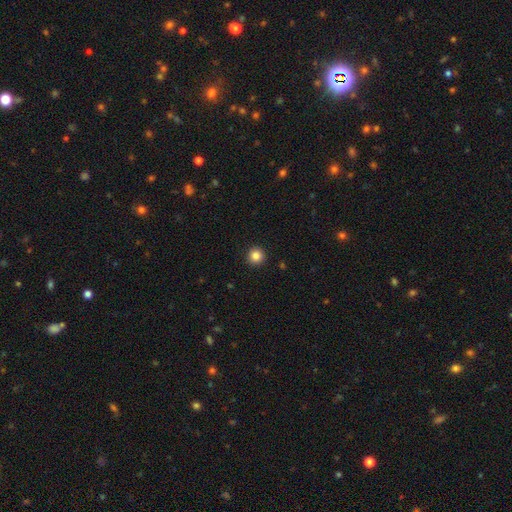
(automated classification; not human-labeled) A smooth galaxy with no disk features (86%) that is round (96%). Merging: none (93%).